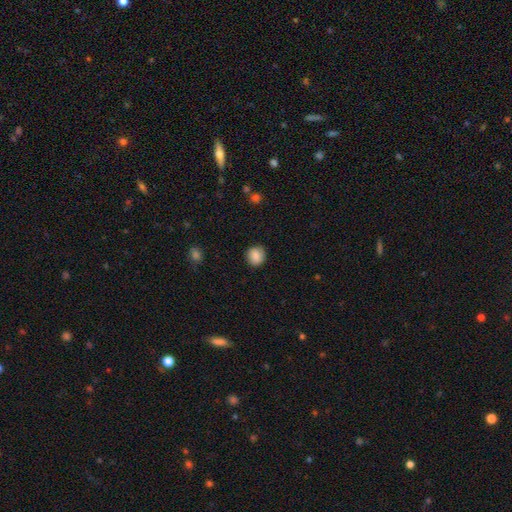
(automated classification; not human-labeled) This appears to be a smooth galaxy with no disk features (86%) that is round (87%). Merging: none (88%).